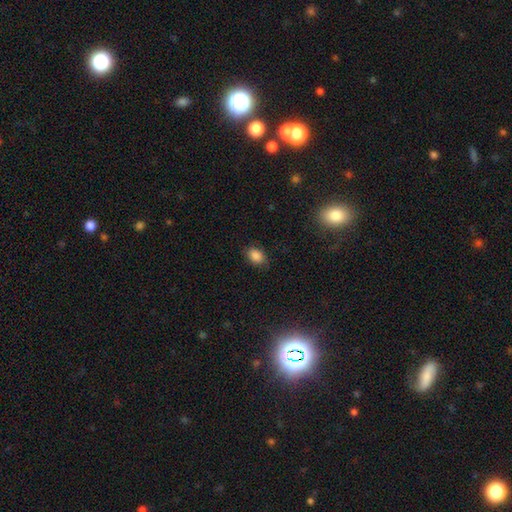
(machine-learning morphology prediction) Q: Smooth or featured?
A: smooth (87%); runner-up: star or artifact (9%)
Q: How rounded?
A: in between (81%); runner-up: round (17%)
Q: Merging?
A: none (80%); runner-up: minor disturbance (16%)